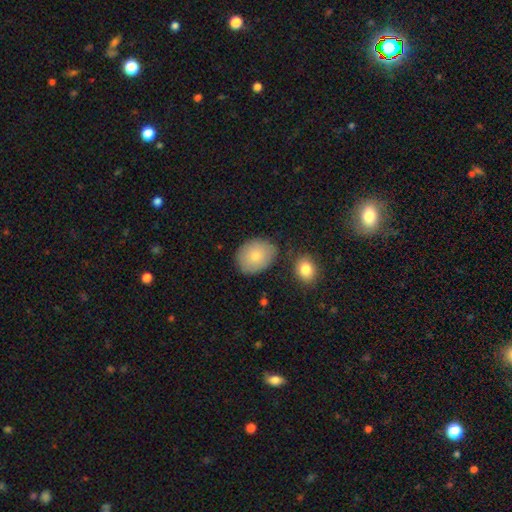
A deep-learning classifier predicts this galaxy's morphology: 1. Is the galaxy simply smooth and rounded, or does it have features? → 82% smooth, 12% featured or disk, 6% star or artifact.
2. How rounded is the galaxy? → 63% in between, 36% round, 1% cigar-shaped.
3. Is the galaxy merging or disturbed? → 75% none, 17% minor disturbance, 5% merger, 4% major disturbance.